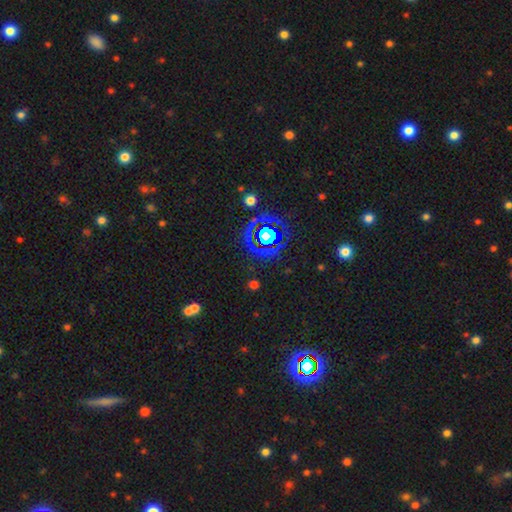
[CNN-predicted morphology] This appears to be a star or artifact, not a galaxy (79%).